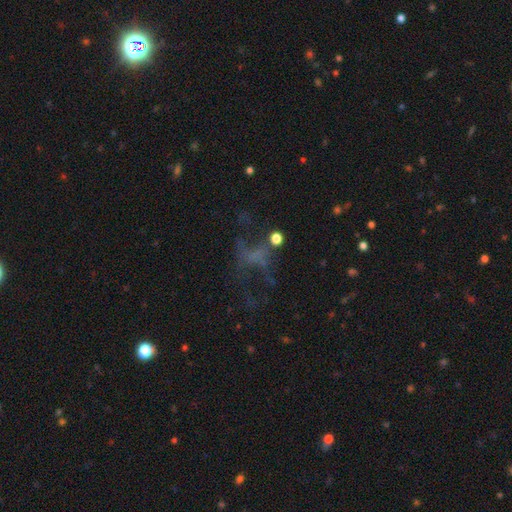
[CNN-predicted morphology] smooth-or-featured: featured or disk: 40% | star or artifact: 32% | smooth: 28%
  merging: none: 40% (tied) | major disturbance: 40% (tied) | minor disturbance: 14% | merger: 6%